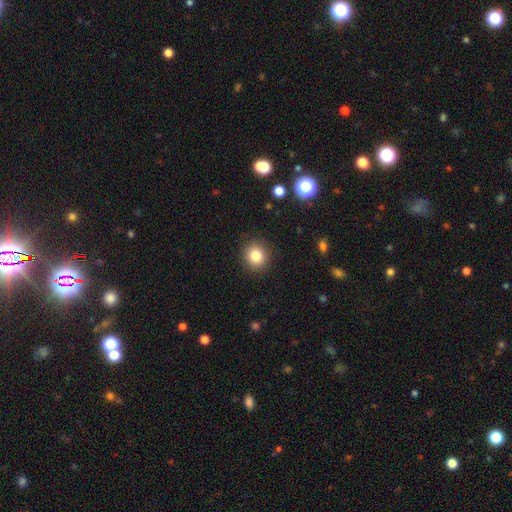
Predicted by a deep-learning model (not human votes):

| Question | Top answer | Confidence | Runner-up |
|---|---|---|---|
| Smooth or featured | smooth | 83% | star or artifact (11%) |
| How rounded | round | 86% | in between (13%) |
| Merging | none | 90% | minor disturbance (7%) |